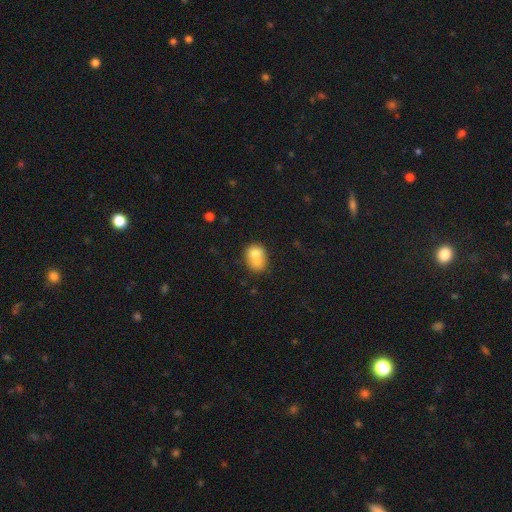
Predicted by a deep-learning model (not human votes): Smooth or featured?
  - smooth: 69% *
  - featured or disk: 22%
  - star or artifact: 9%
How rounded?
  - in between: 50% *
  - round: 49%
  - cigar-shaped: 1%
Merging?
  - merger: 63% *
  - none: 25%
  - minor disturbance: 9%
  - major disturbance: 4%